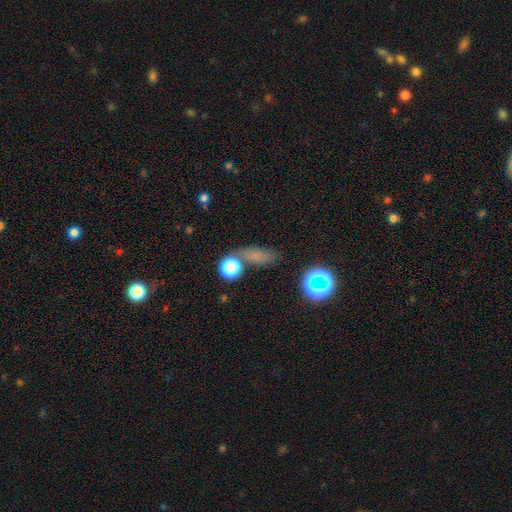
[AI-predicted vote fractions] Smooth or featured? smooth (63%)
How rounded? in between (53%)
Merging? none (64%)